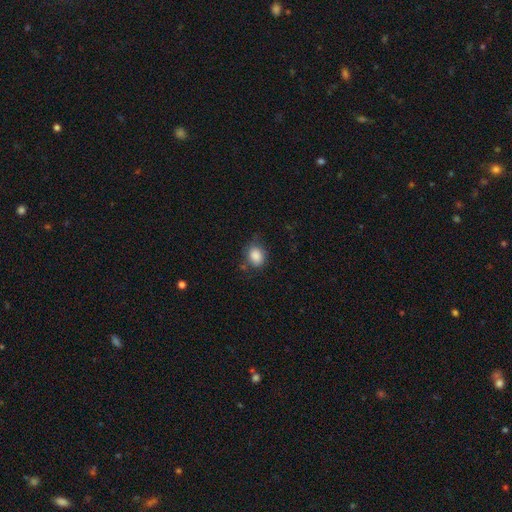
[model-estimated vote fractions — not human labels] Smooth or featured: smooth — 87% (star or artifact — 9%)
How rounded: in between — 50% (round — 49%)
Merging: none — 69% (minor disturbance — 22%)